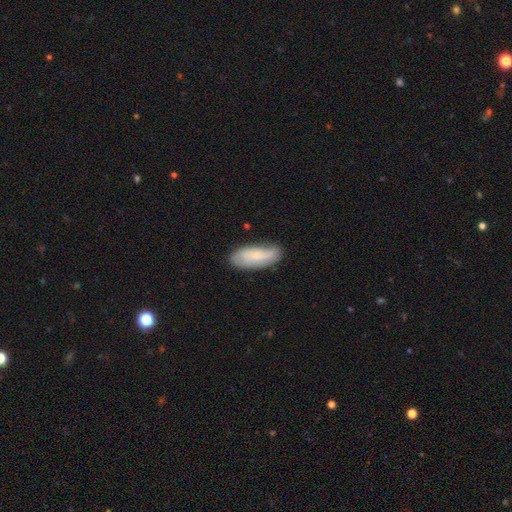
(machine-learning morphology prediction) The model was most divided on "smooth or featured": smooth: 50%, featured or disk: 43%, star or artifact: 7%. More confident: merging — none (74%).